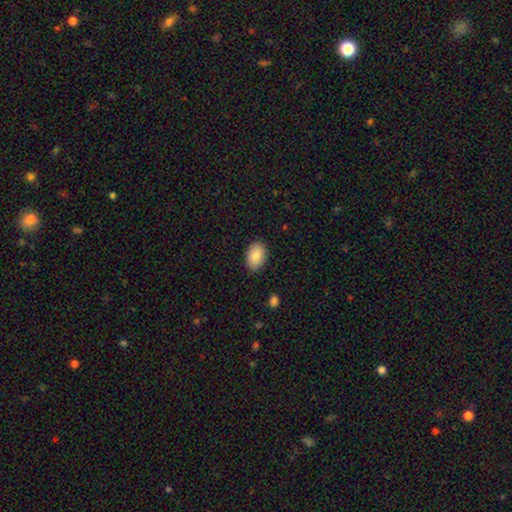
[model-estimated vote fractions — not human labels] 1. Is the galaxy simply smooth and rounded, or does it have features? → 86% smooth, 7% featured or disk, 7% star or artifact.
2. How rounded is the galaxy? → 89% in between, 10% round, 1% cigar-shaped.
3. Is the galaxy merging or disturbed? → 86% none, 11% minor disturbance, 2% major disturbance, 1% merger.